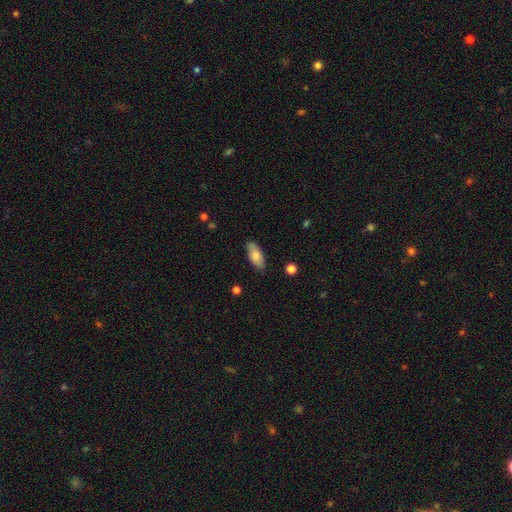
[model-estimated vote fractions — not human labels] A smooth galaxy with no disk features (76%) that is in between round and cigar-shaped (85%).

Vote fractions:
- Smooth or featured? smooth: 76% / featured or disk: 17% / star or artifact: 6%
- How rounded? in between: 85% / cigar-shaped: 13% / round: 2%
- Merging? none: 86% / minor disturbance: 11% / major disturbance: 2% / merger: 1%